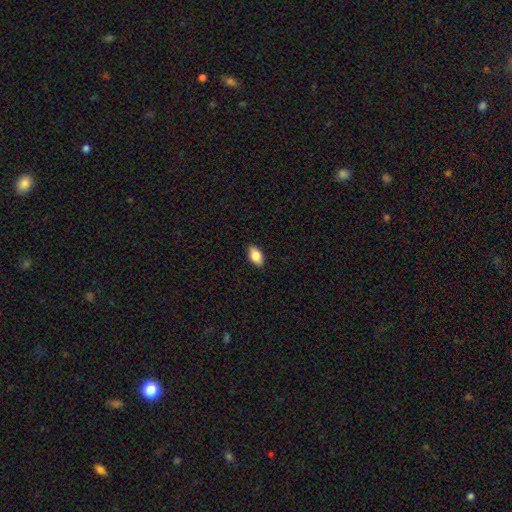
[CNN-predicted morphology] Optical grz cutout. It shows a smooth galaxy with no disk features (85%) that is in between round and cigar-shaped (93%). Merging: none (89%).